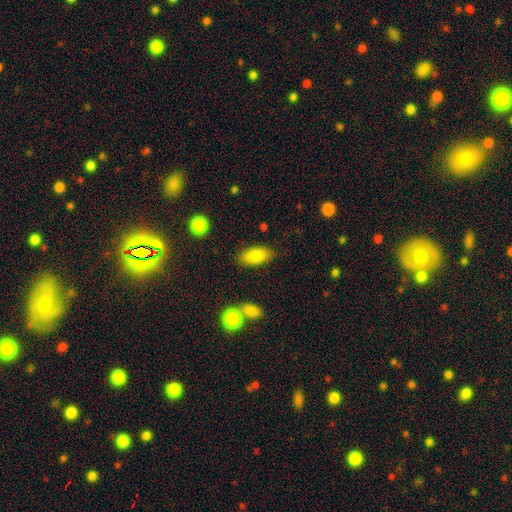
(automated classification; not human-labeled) smooth-or-featured: smooth: 83% | featured or disk: 9% | star or artifact: 7%
  how-rounded: in between: 86% | cigar-shaped: 11% | round: 4%
  merging: none: 83% | minor disturbance: 11% | major disturbance: 3% | merger: 3%